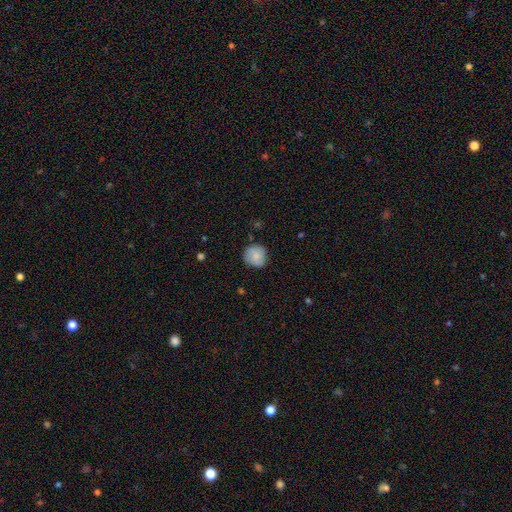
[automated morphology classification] Smooth or featured? smooth (82%)
How rounded? round (90%)
Merging? none (79%)